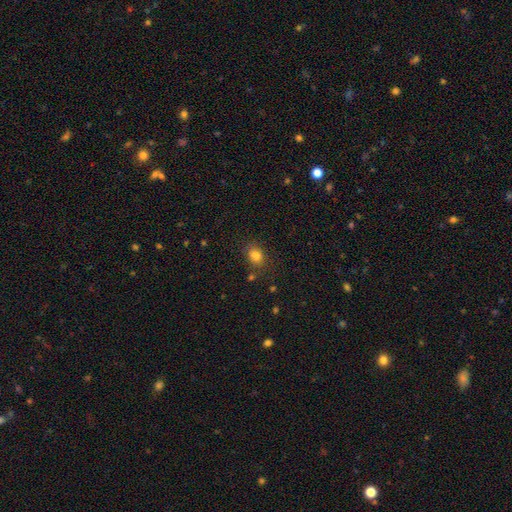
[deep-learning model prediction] smooth 82%, star or artifact 11%, featured or disk 7%. Down the decision tree: how rounded — in between (67%); merging — none (77%).